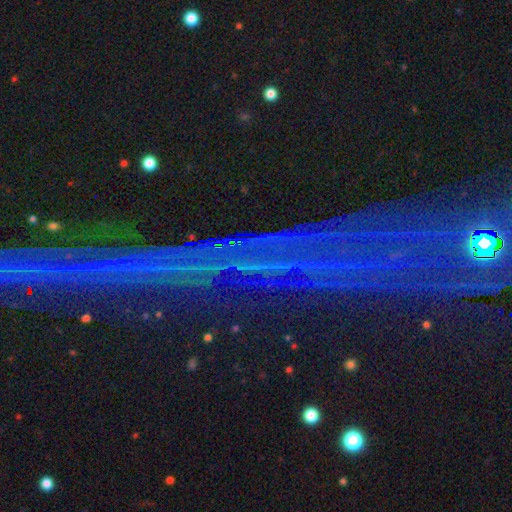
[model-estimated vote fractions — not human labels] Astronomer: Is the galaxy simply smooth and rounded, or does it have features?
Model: star or artifact — 83%.